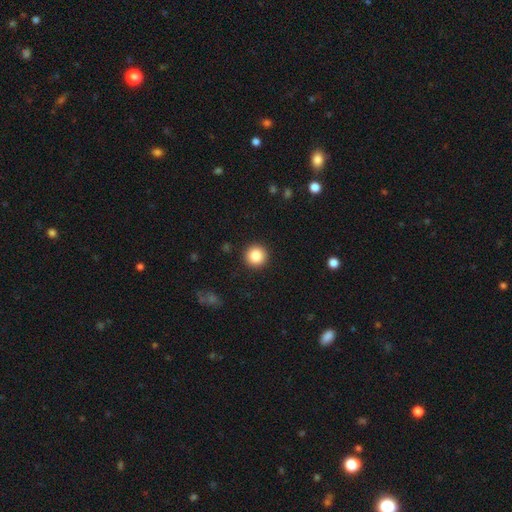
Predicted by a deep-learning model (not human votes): Overall: smooth (86%). How rounded: round (95%). Merging: none (92%).